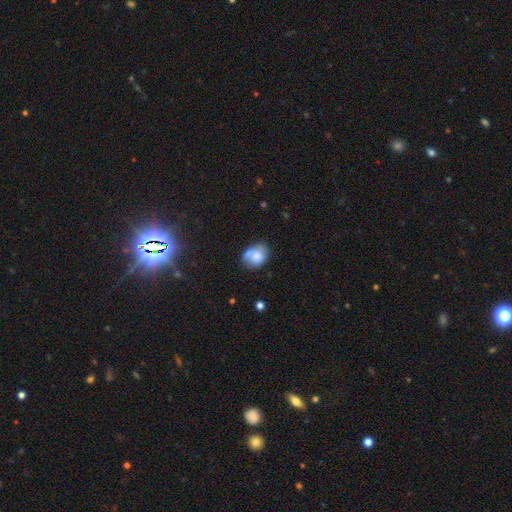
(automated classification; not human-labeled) smooth-or-featured: smooth: 59% | featured or disk: 32% | star or artifact: 9%
  how-rounded: in between: 58% | round: 41% | cigar-shaped: 1%
  merging: none: 47% | minor disturbance: 28% | major disturbance: 12% | merger: 12%